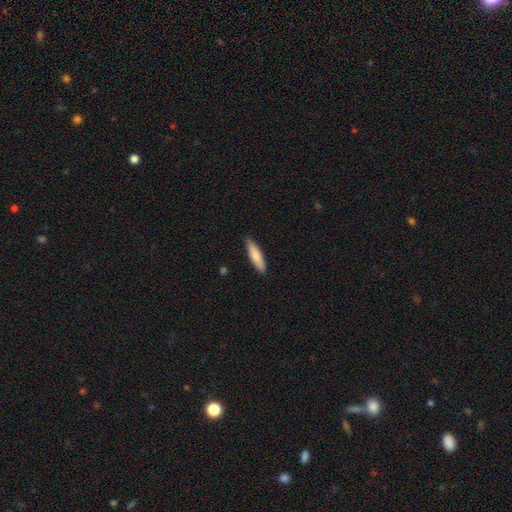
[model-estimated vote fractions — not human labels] A smooth galaxy with no disk features (81%) that is cigar-shaped (72%).

Vote fractions:
- Smooth or featured? smooth: 81% / featured or disk: 14% / star or artifact: 5%
- How rounded? cigar-shaped: 72% / in between: 27% / round: 1%
- Merging? none: 86% / minor disturbance: 11% / major disturbance: 2% / merger: 1%